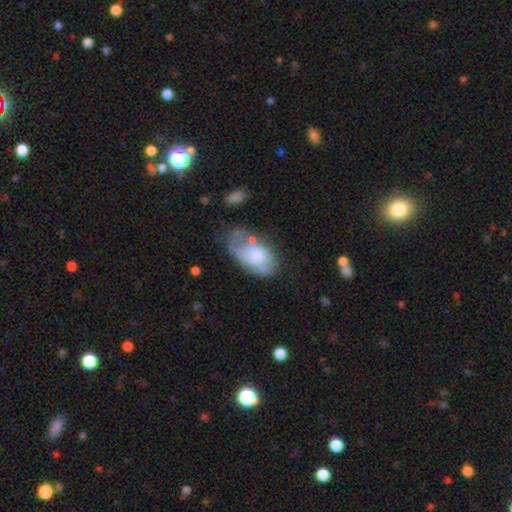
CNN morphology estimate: type=featured or disk (50%); merging=none (32%).